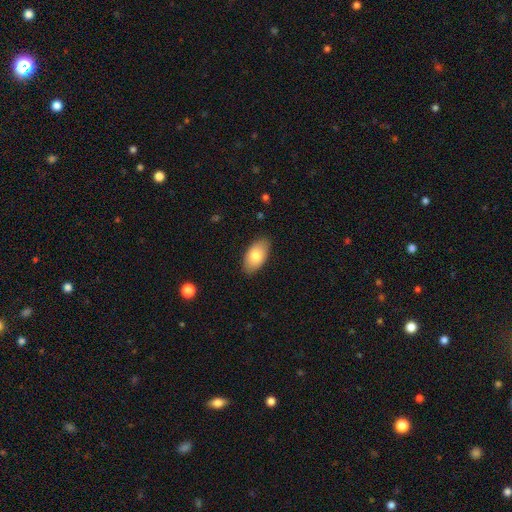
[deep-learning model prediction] smooth 80%, featured or disk 14%, star or artifact 6%. Down the decision tree: how rounded — in between (94%); merging — none (86%).